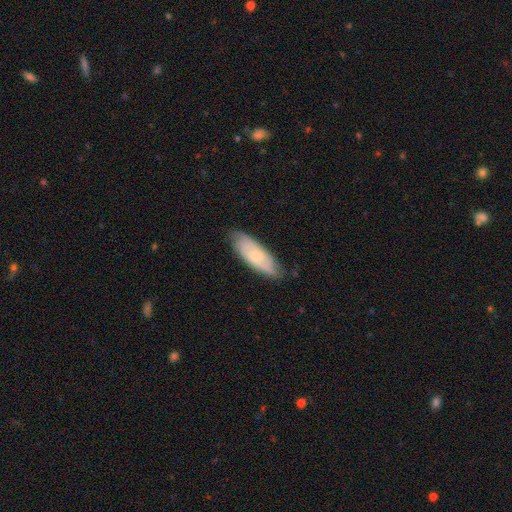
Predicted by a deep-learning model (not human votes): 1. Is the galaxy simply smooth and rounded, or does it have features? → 51% smooth, 42% featured or disk, 6% star or artifact.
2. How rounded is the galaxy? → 63% in between, 35% cigar-shaped, 2% round.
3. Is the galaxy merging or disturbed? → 74% none, 21% minor disturbance, 4% major disturbance, 1% merger.